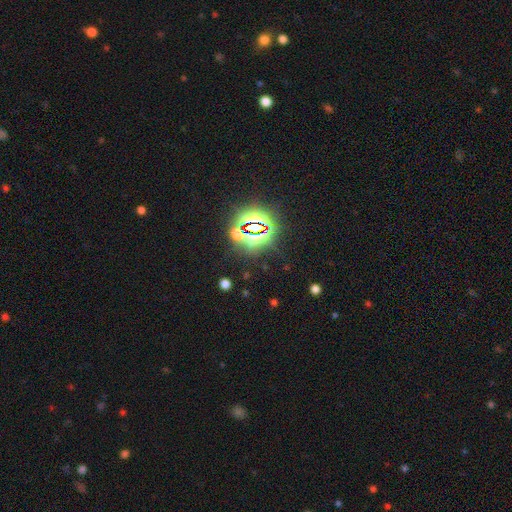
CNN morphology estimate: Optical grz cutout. It shows a star or artifact, not a galaxy (83%).